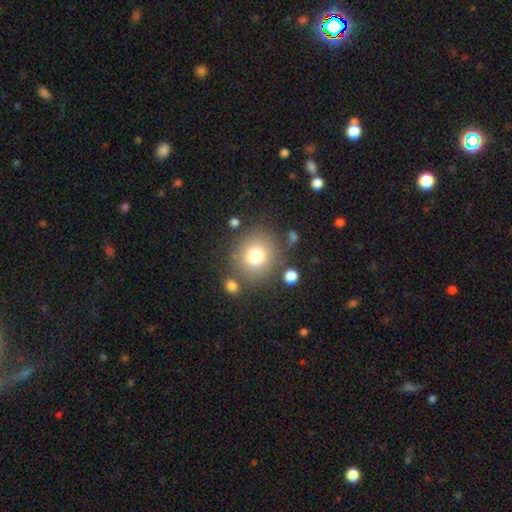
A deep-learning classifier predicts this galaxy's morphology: smooth 76%, star or artifact 12%, featured or disk 11%. Down the decision tree: how rounded — round (88%); merging — none (79%).